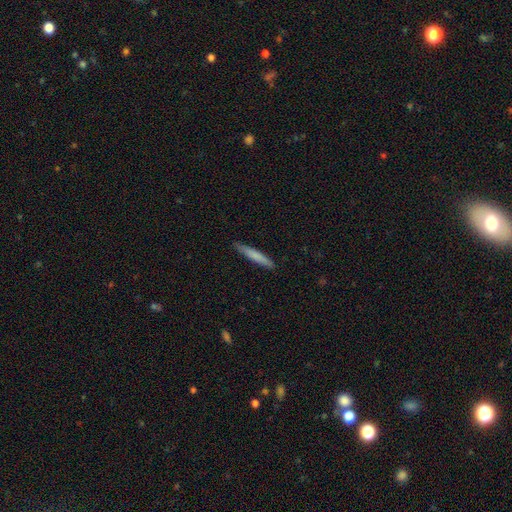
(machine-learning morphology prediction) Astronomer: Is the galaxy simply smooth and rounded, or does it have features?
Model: smooth — 74%.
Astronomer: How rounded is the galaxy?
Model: cigar-shaped — 94%.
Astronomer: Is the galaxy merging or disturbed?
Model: none — 88%.